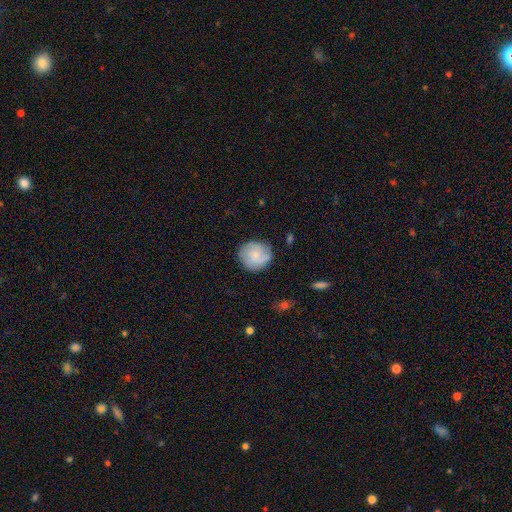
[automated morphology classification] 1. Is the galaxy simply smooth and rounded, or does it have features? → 65% smooth, 28% featured or disk, 7% star or artifact.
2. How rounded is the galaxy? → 89% round, 10% in between, 1% cigar-shaped.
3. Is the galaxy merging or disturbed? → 78% none, 16% minor disturbance, 4% major disturbance, 2% merger.